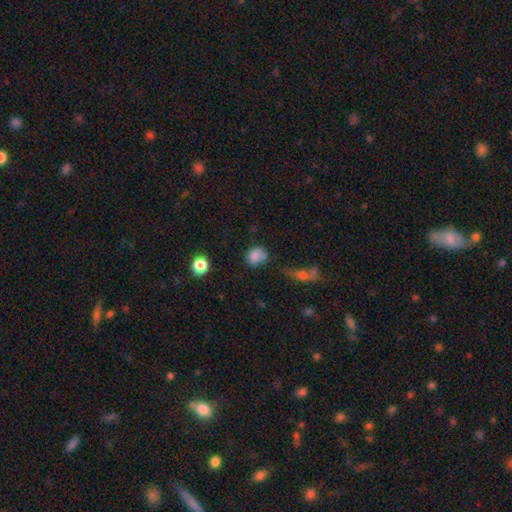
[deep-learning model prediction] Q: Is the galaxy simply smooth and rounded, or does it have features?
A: smooth — 81%.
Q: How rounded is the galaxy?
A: round — 57%.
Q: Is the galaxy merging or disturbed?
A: none — 58%.